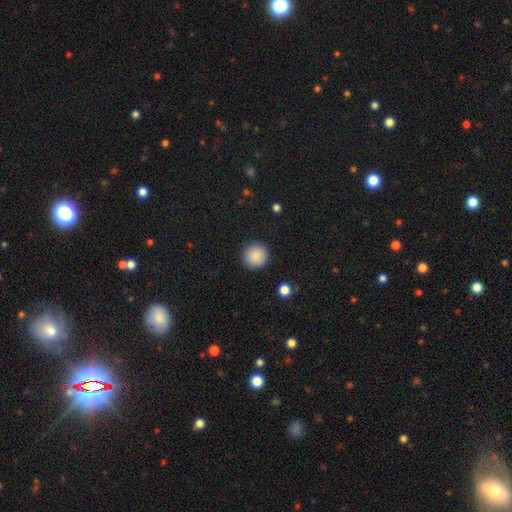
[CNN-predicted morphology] smooth_or_featured: smooth (p=0.89) [alt: star or artifact p=0.08]
how_rounded: round (p=0.95) [alt: in between p=0.04]
merging: none (p=0.91) [alt: minor disturbance p=0.06]